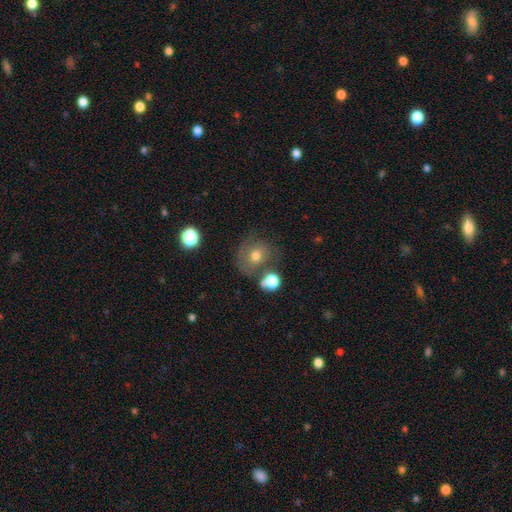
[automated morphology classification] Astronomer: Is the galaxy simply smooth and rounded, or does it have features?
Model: smooth — 44% (runner-up: star or artifact, 31%).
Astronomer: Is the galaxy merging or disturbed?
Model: none — 70%.